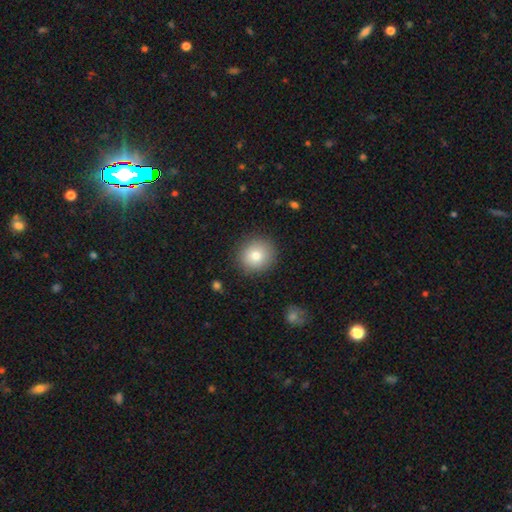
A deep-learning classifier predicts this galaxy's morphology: Smooth or featured: smooth — 80% (featured or disk — 10%)
How rounded: round — 90% (in between — 10%)
Merging: none — 89% (minor disturbance — 8%)